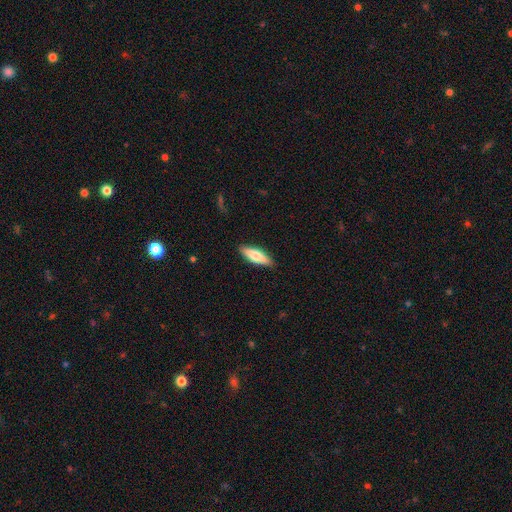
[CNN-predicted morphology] A smooth galaxy with no disk features (66%) that is cigar-shaped (55%). Merging: none (89%).